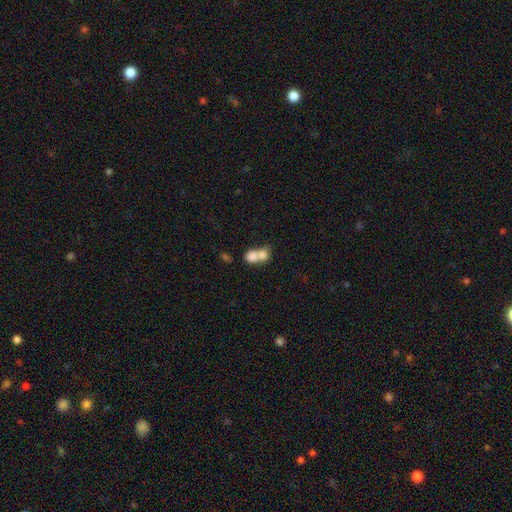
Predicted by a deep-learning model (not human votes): This is likely a smooth galaxy (75%). How rounded: possibly in between (53%). Merging: likely merger (74%).